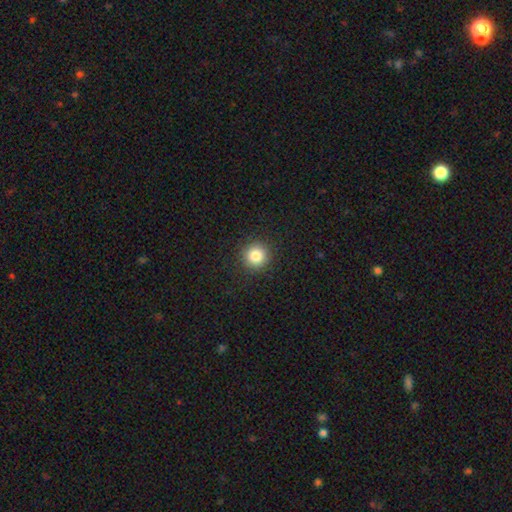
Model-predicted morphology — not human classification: Smooth or featured: smooth — 84% (star or artifact — 11%)
How rounded: round — 95% (in between — 4%)
Merging: none — 92% (minor disturbance — 5%)